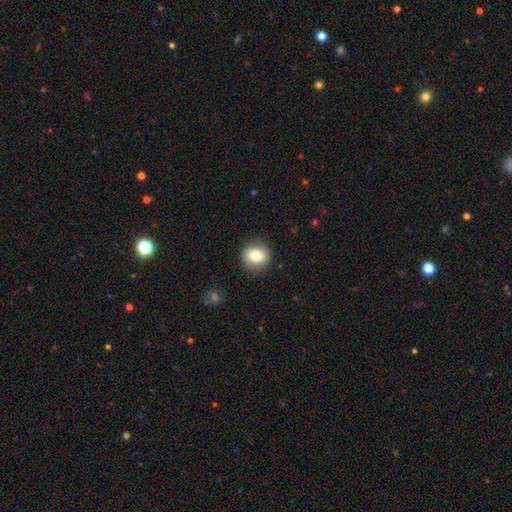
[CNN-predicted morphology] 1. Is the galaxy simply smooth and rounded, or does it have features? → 77% smooth, 14% featured or disk, 8% star or artifact.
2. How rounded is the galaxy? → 83% round, 16% in between, 1% cigar-shaped.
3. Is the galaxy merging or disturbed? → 87% none, 9% minor disturbance, 3% major disturbance, 1% merger.